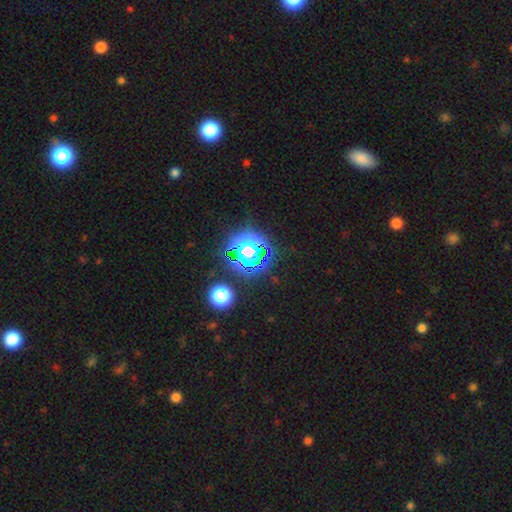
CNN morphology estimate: Q: Smooth or featured?
A: star or artifact (67%); runner-up: smooth (21%)